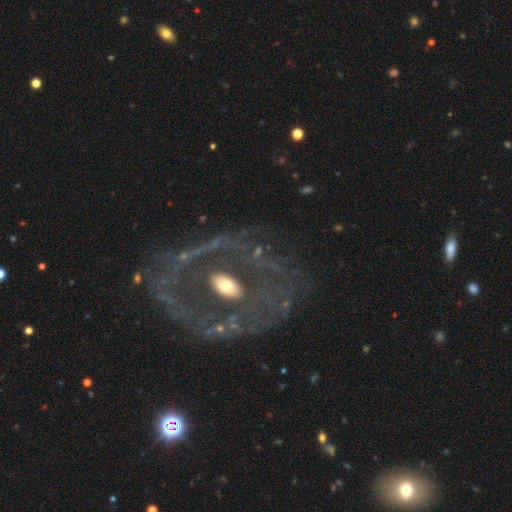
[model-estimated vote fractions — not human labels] Smooth or featured? featured or disk (77%)
Edge-on disk? no (94%)
Bar? no (57%)
Spiral arms? no (56%)
Bulge size? moderate (59%)
Merging? none (66%)